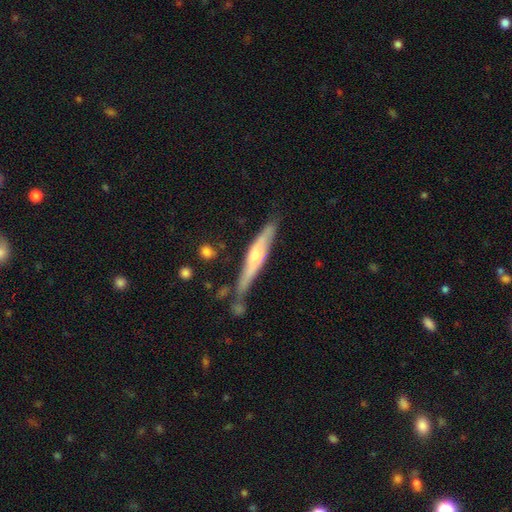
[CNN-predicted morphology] Q: Smooth or featured?
A: featured or disk (61%); runner-up: smooth (33%)
Q: Edge-on disk?
A: yes (88%); runner-up: no (12%)
Q: Edge-on bulge?
A: rounded (78%); runner-up: none (14%)
Q: Merging?
A: none (66%); runner-up: minor disturbance (21%)